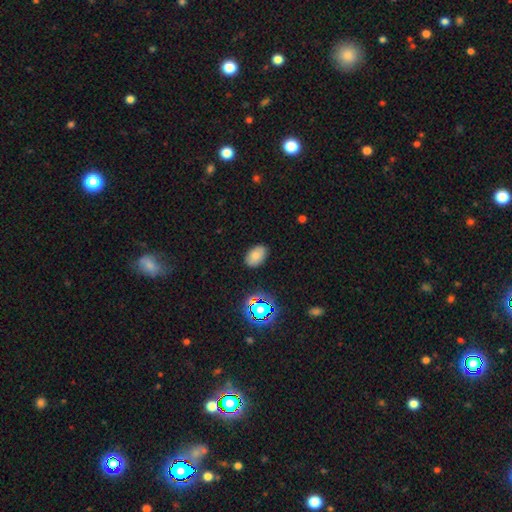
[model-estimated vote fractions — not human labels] Smooth or featured?
  - smooth: 77% *
  - star or artifact: 14%
  - featured or disk: 9%
How rounded?
  - in between: 89% *
  - round: 10%
  - cigar-shaped: 1%
Merging?
  - none: 86% *
  - minor disturbance: 10%
  - major disturbance: 2%
  - merger: 1%